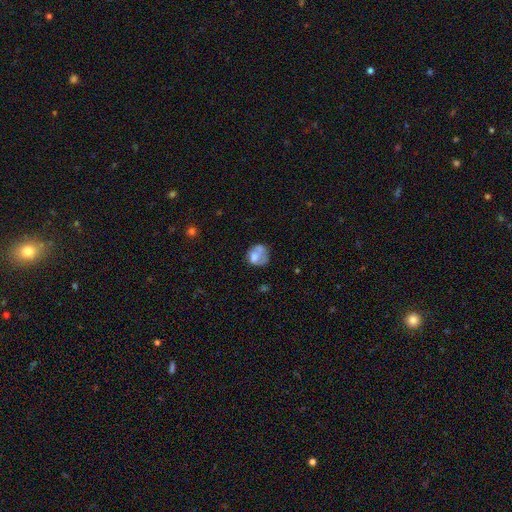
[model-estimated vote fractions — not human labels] Overall: smooth (59%; featured or disk 31%). How rounded: round (62%; in between 37%). Merging: none (36%; minor disturbance 25%).